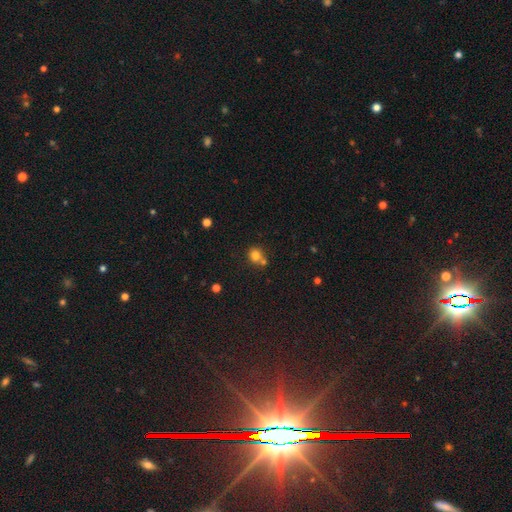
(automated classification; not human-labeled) This appears to be a smooth galaxy with no disk features (78%) that is round (84%). Merging: none (56%).